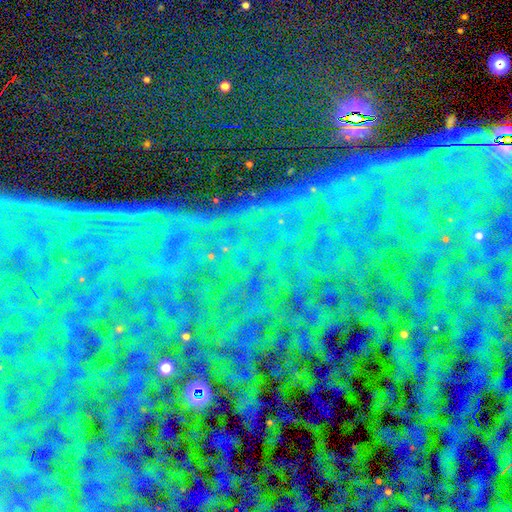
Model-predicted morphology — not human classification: A star or artifact, not a galaxy (86%).